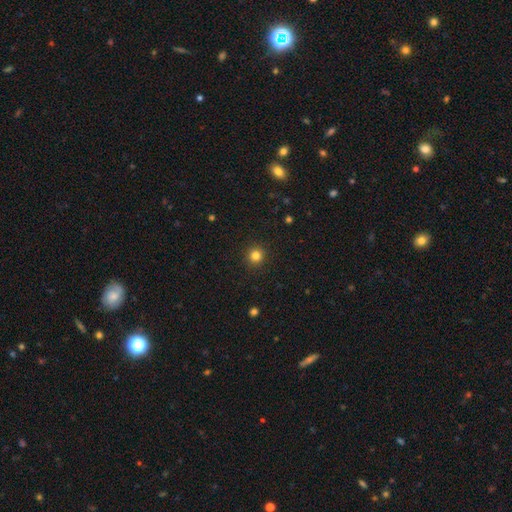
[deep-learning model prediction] Smooth or featured? Predicted: smooth (p=0.82). How rounded? Predicted: round (p=0.94). Merging? Predicted: none (p=0.93).